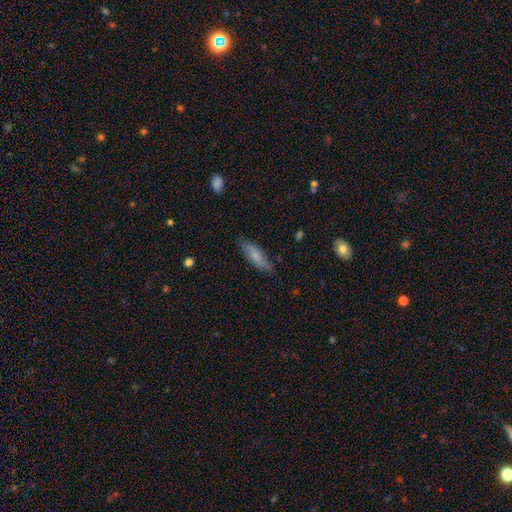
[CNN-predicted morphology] Smooth or featured? Predicted: smooth (p=0.67). How rounded? Predicted: in between (p=0.51). Merging? Predicted: none (p=0.75).